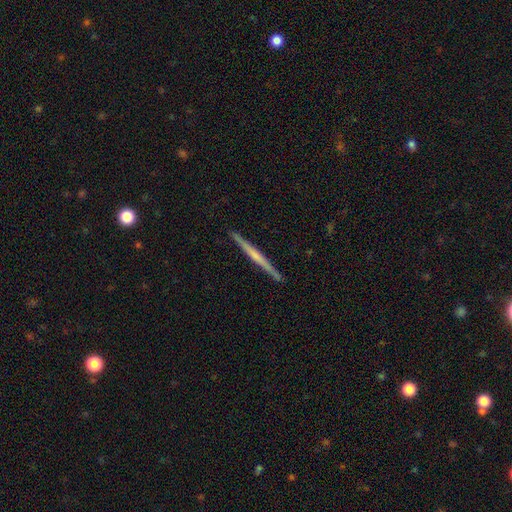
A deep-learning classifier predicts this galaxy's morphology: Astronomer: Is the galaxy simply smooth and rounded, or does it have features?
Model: featured or disk — 60%.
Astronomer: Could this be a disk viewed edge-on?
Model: yes — 98%.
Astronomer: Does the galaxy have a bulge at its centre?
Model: none — 67%.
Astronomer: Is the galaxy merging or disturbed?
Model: none — 91%.